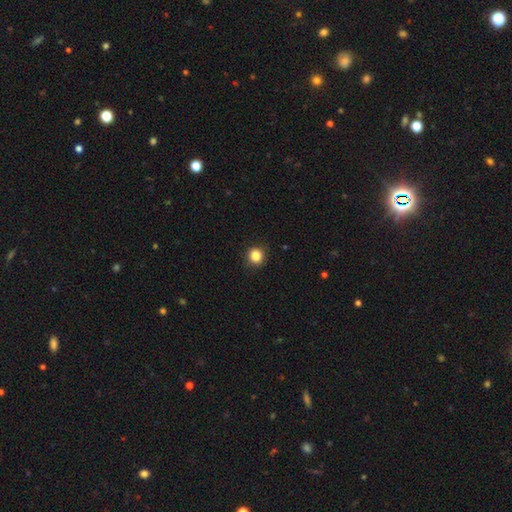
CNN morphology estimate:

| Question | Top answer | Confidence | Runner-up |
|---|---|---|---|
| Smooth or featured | smooth | 85% | star or artifact (11%) |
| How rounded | round | 92% | in between (7%) |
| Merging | none | 91% | minor disturbance (7%) |